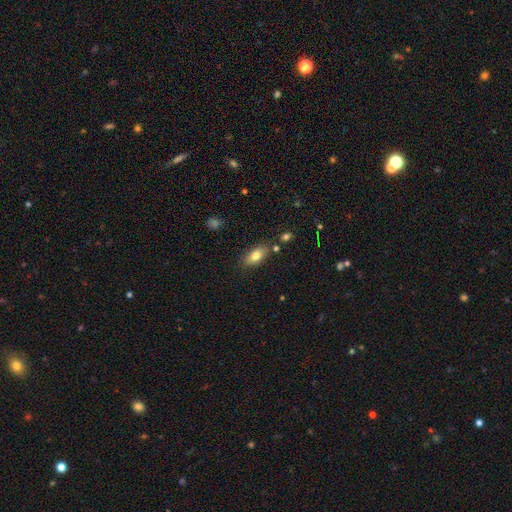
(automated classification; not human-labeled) Smooth or featured? Predicted: smooth (p=0.79). How rounded? Predicted: in between (p=0.87). Merging? Predicted: none (p=0.79).